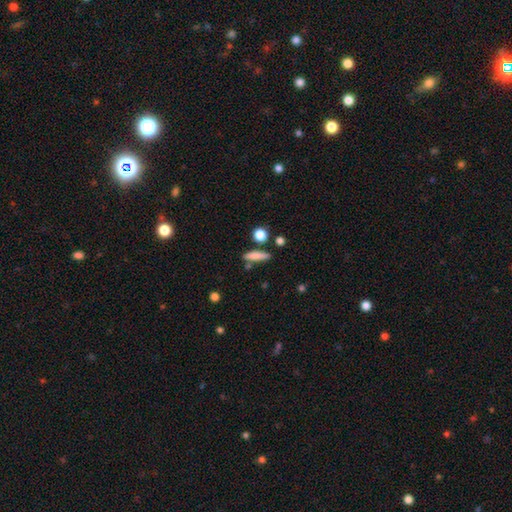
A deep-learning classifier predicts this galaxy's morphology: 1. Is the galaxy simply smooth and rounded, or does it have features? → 77% smooth, 14% featured or disk, 8% star or artifact.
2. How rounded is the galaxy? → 71% cigar-shaped, 23% in between, 6% round.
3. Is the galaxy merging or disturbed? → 75% none, 13% minor disturbance, 8% merger, 4% major disturbance.